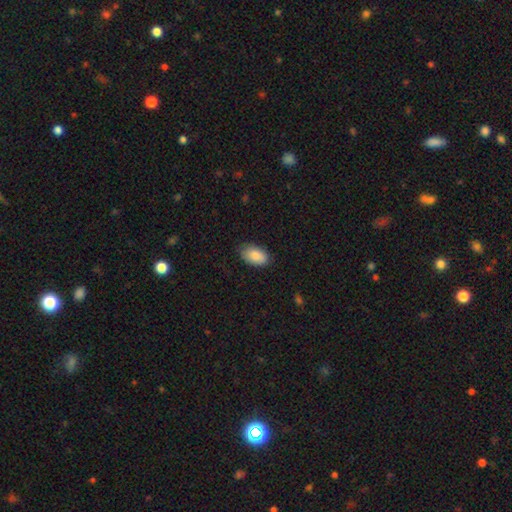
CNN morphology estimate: smooth 86%, featured or disk 8%, star or artifact 6%. Down the decision tree: how rounded — in between (94%); merging — none (82%).